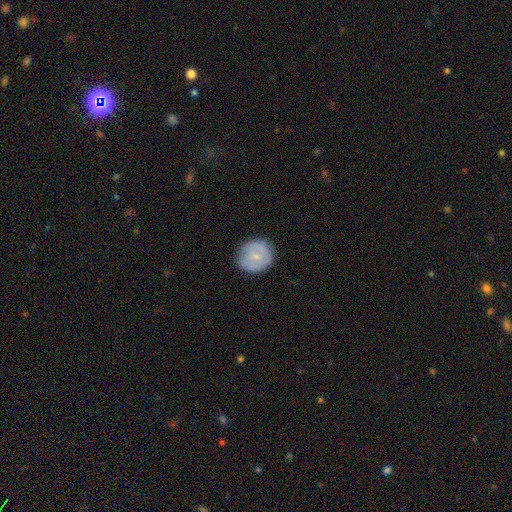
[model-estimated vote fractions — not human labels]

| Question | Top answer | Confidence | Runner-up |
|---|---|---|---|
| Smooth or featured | smooth | 63% | featured or disk (30%) |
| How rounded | round | 89% | in between (10%) |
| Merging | none | 82% | minor disturbance (14%) |